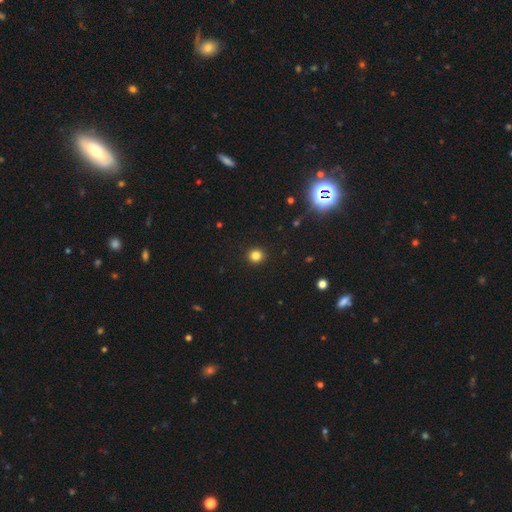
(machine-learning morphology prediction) smooth 82%, star or artifact 14%, featured or disk 4%. Down the decision tree: how rounded — round (93%); merging — none (93%).